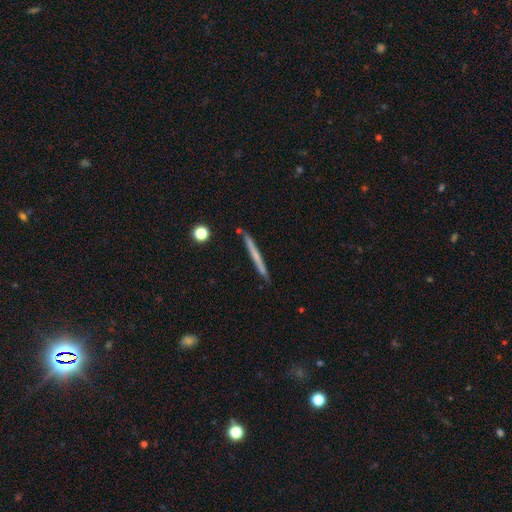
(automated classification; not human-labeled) Smooth or featured?
  - smooth: 48% *
  - featured or disk: 46%
  - star or artifact: 6%
Merging?
  - none: 89% *
  - minor disturbance: 7%
  - merger: 2%
  - major disturbance: 1%